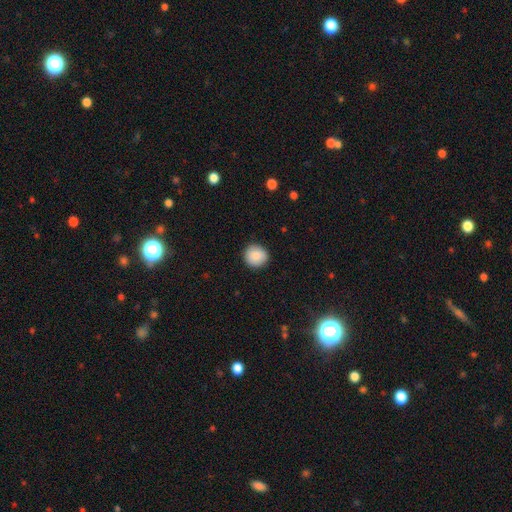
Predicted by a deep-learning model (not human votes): Smooth or featured: smooth — 88% (star or artifact — 8%)
How rounded: round — 93% (in between — 6%)
Merging: none — 91% (minor disturbance — 7%)